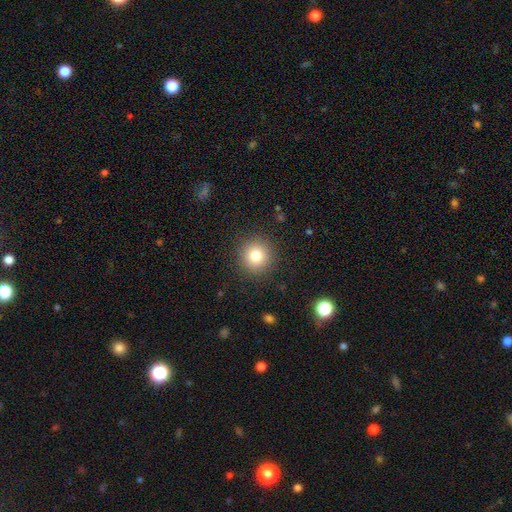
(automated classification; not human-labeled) This appears to be a smooth galaxy with no disk features (79%) that is round (94%). Merging: none (90%).